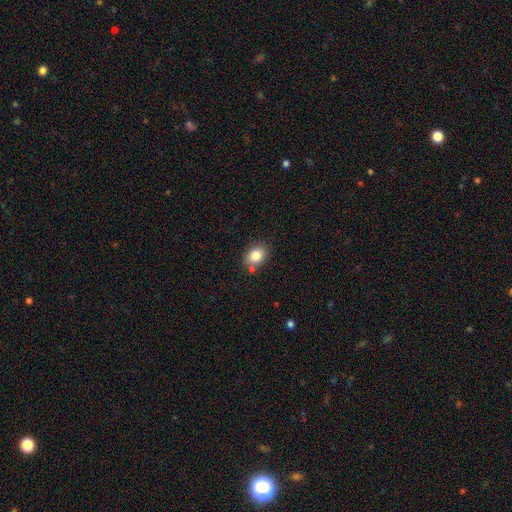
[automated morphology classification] This is clearly a smooth galaxy (83%). How rounded: likely in between (61%). Merging: likely none (74%).